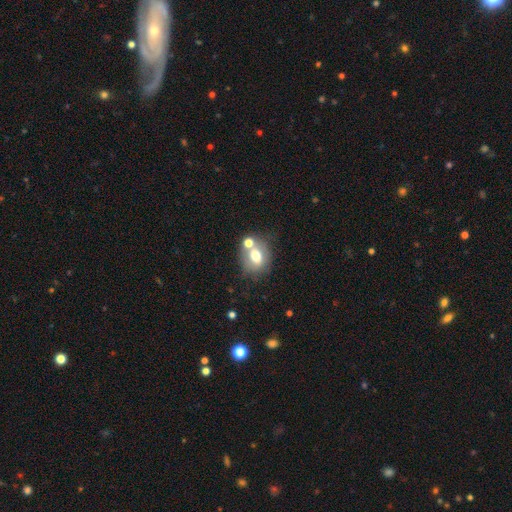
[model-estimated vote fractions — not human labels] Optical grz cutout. It shows a smooth galaxy with no disk features (65%) that is in between round and cigar-shaped (49%, tied with round). Merging: none (51%).